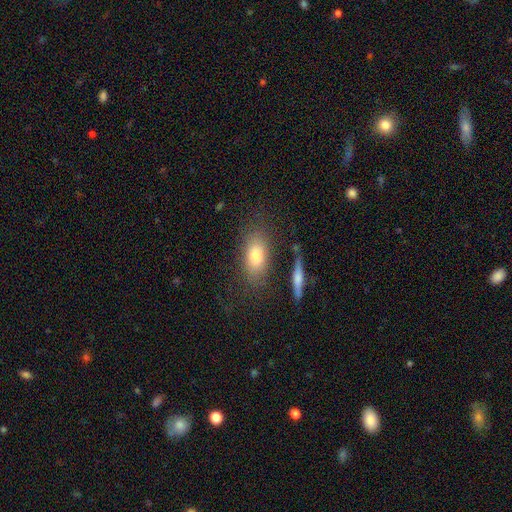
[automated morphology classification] Smooth or featured? Predicted: smooth (p=0.74). How rounded? Predicted: in between (p=0.82). Merging? Predicted: none (p=0.76).